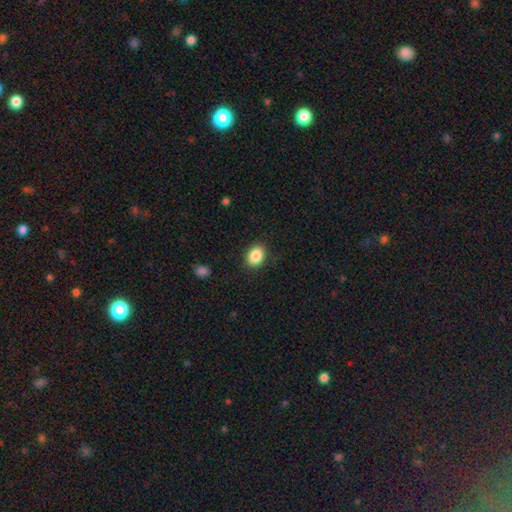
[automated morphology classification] A smooth galaxy with no disk features (87%) that is in between round and cigar-shaped (64%). Merging: none (88%).